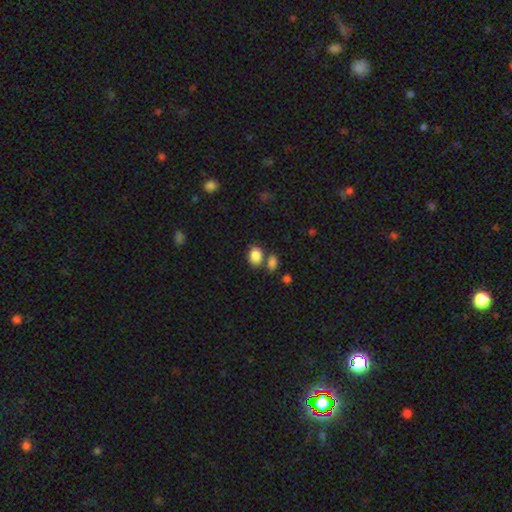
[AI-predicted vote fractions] This appears to be a smooth galaxy with no disk features (86%) that is in between round and cigar-shaped (67%). Merging: none (60%).